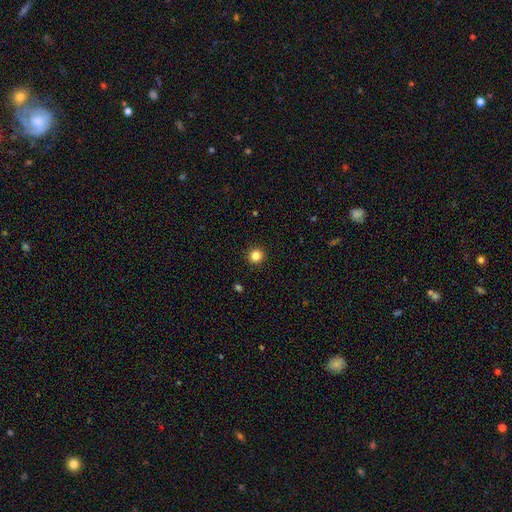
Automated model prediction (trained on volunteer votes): Morphology: type=smooth (84%); roundness=round (95%); merging=none (93%).